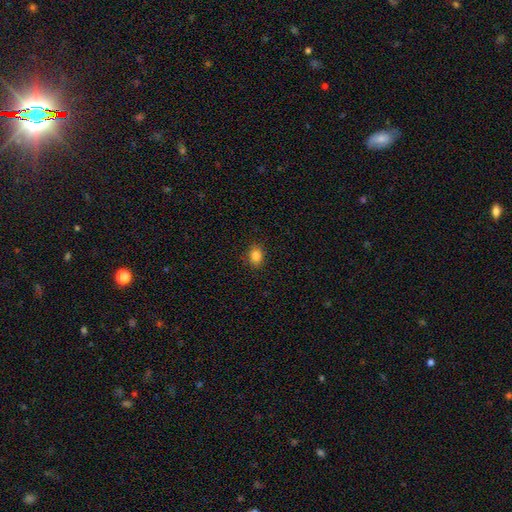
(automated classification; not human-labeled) A smooth galaxy with no disk features (85%) that is in between round and cigar-shaped (54%). Merging: none (87%).